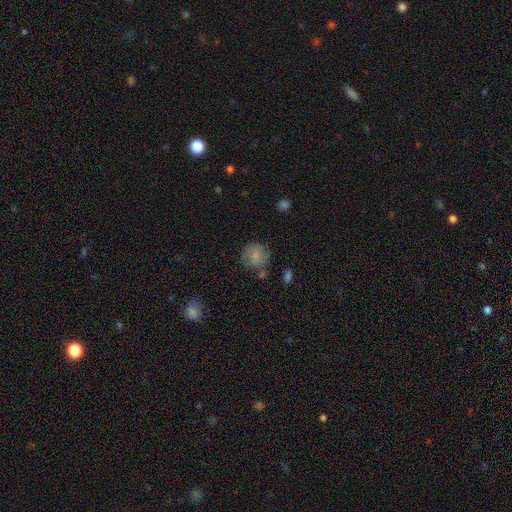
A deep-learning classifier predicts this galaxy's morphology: A smooth galaxy with no disk features (74%) that is round (83%).

Vote fractions:
- Smooth or featured? smooth: 74% / featured or disk: 17% / star or artifact: 9%
- How rounded? round: 83% / in between: 16% / cigar-shaped: 1%
- Merging? none: 60% / minor disturbance: 22% / major disturbance: 10% / merger: 8%